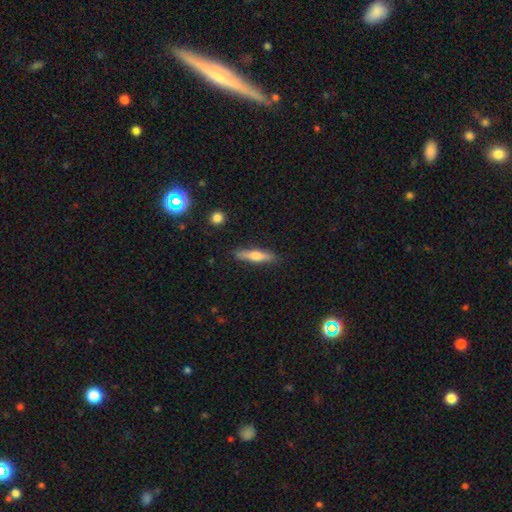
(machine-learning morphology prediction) A smooth galaxy with no disk features (54%) that is cigar-shaped (81%). Merging: none (87%).